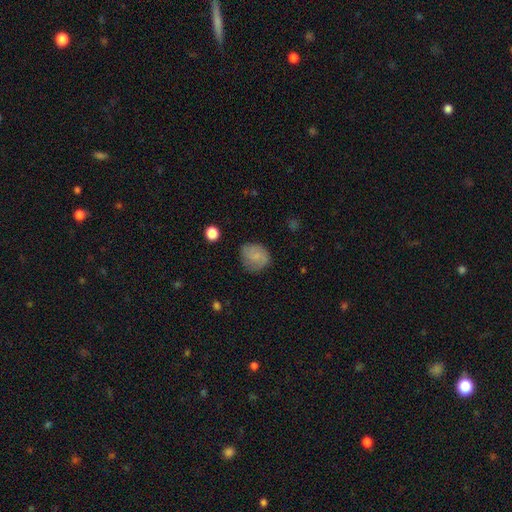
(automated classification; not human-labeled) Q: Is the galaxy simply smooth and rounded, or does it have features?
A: smooth — 69%.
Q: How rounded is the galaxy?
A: round — 74%.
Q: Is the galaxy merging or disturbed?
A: none — 69%.